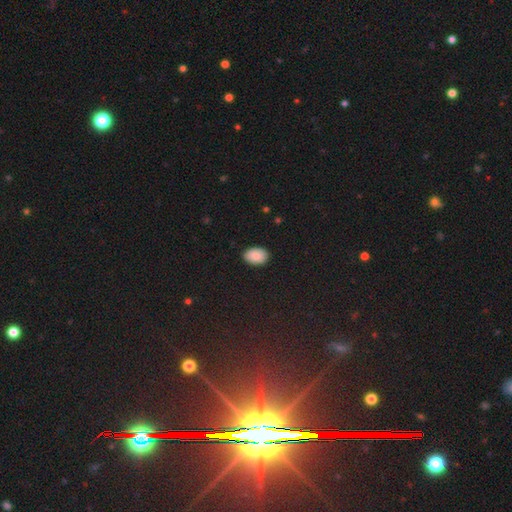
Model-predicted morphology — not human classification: smooth_or_featured: smooth (p=0.87) [alt: star or artifact p=0.07]
how_rounded: in between (p=0.86) [alt: round p=0.13]
merging: none (p=0.86) [alt: minor disturbance p=0.11]